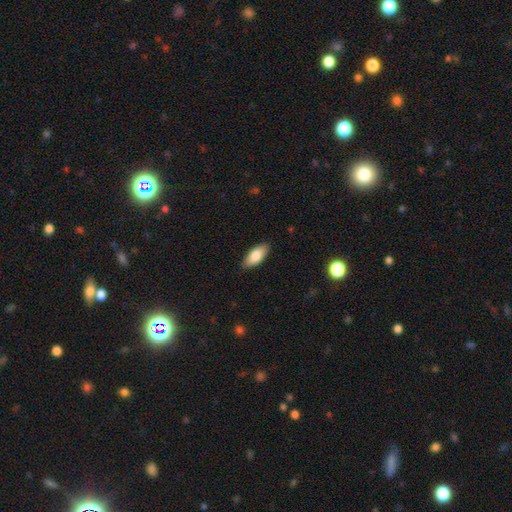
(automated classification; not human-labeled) This appears to be a smooth galaxy with no disk features (83%) that is in between round and cigar-shaped (87%). Merging: none (87%).